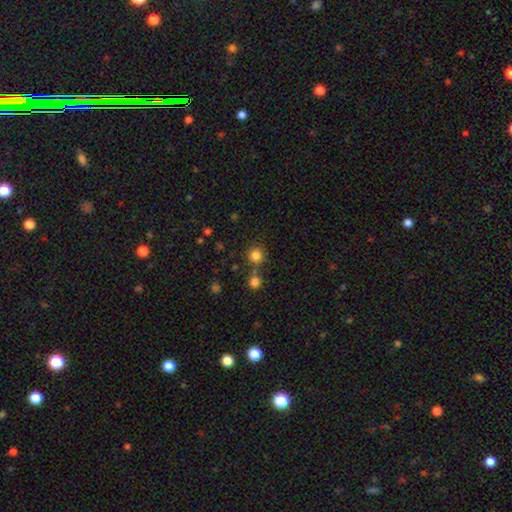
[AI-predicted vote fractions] Smooth or featured? smooth (82%)
How rounded? round (93%)
Merging? none (75%)